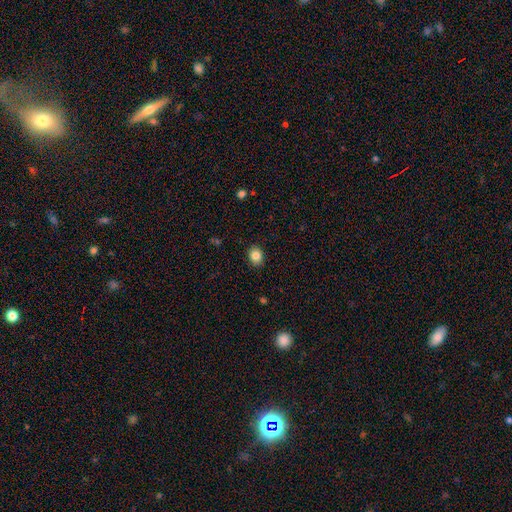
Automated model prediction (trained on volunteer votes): A smooth galaxy with no disk features (85%) that is round (54%).

Vote fractions:
- Smooth or featured? smooth: 85% / star or artifact: 10% / featured or disk: 6%
- How rounded? round: 54% / in between: 45% / cigar-shaped: 1%
- Merging? none: 89% / minor disturbance: 8% / major disturbance: 2% / merger: 1%